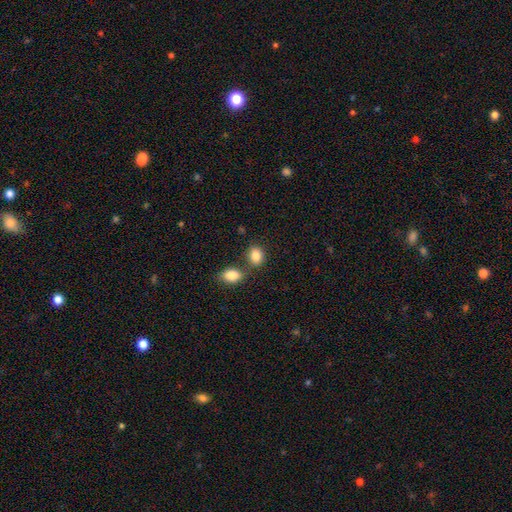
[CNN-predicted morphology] A smooth galaxy with no disk features (85%) that is in between round and cigar-shaped (65%). Merging: none (61%).